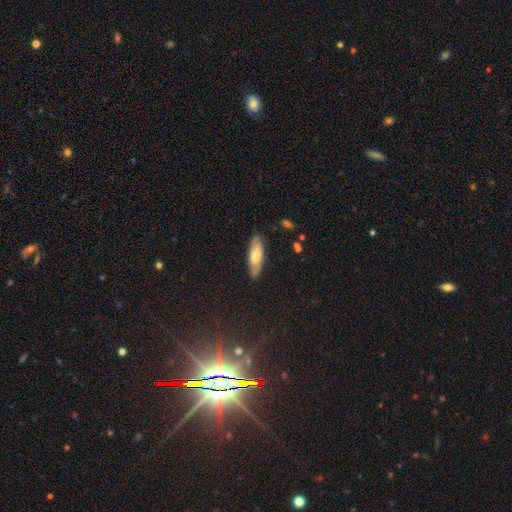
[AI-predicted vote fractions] Smooth or featured? smooth (62%)
How rounded? in between (56%)
Merging? none (82%)